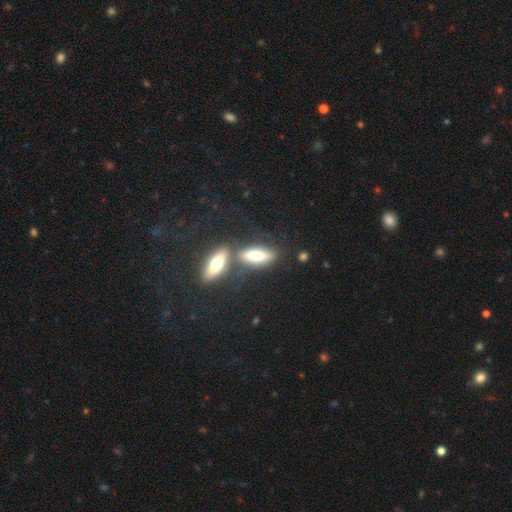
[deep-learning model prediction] smooth 67%, featured or disk 26%, star or artifact 7%. Down the decision tree: how rounded — in between (60%); merging — none (52%).